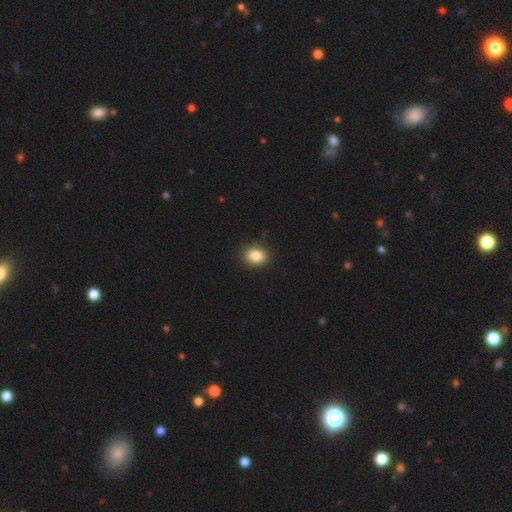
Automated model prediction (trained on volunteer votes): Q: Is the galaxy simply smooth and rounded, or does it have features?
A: smooth — 85%.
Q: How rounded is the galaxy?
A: round — 52%.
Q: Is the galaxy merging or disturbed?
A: none — 88%.